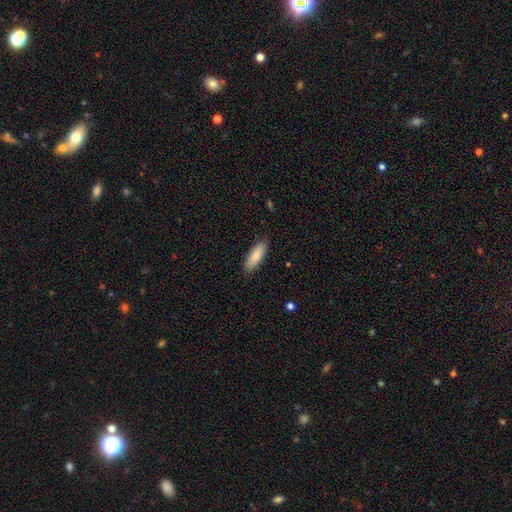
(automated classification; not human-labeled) smooth_or_featured: smooth (p=0.85) [alt: featured or disk p=0.09]
how_rounded: in between (p=0.63) [alt: cigar-shaped p=0.35]
merging: none (p=0.88) [alt: minor disturbance p=0.09]